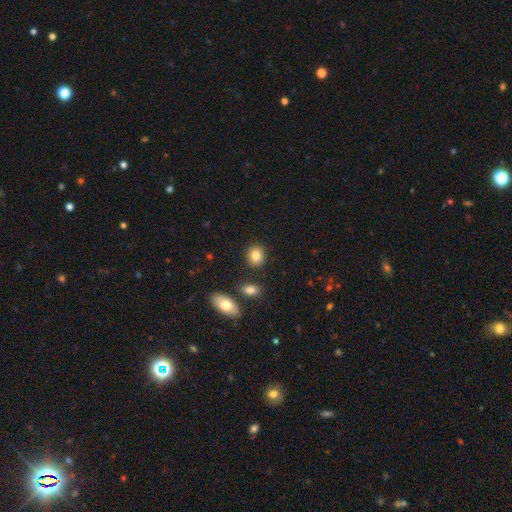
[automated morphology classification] Smooth or featured? smooth (83%)
How rounded? round (68%)
Merging? none (87%)